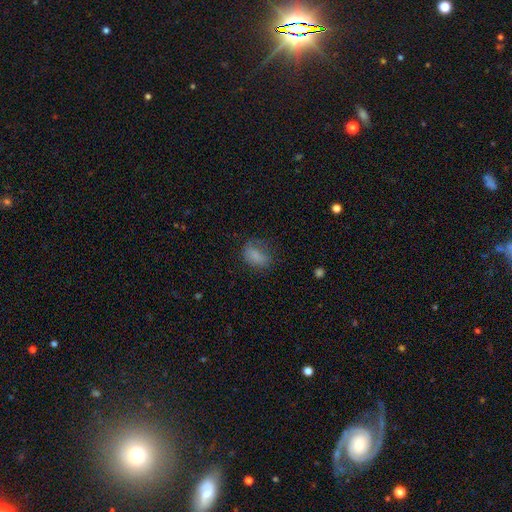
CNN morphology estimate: type=smooth (79%); roundness=in between (81%); merging=none (55%).